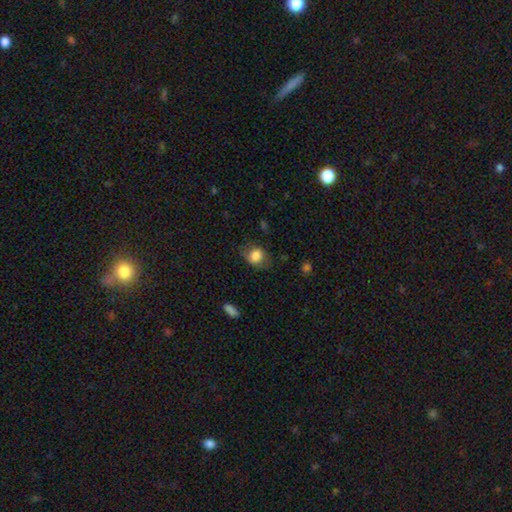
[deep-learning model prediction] Smooth or featured? smooth (81%)
How rounded? round (52%)
Merging? none (64%)